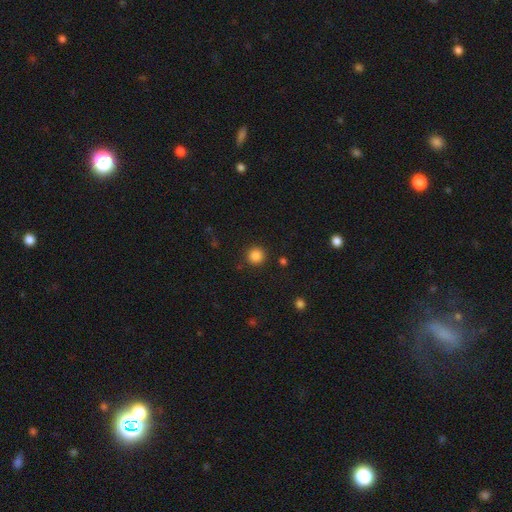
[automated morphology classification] type=smooth (85%); roundness=round (94%); merging=none (90%).